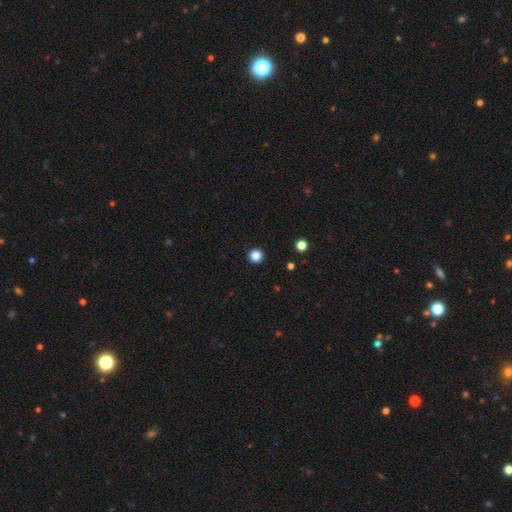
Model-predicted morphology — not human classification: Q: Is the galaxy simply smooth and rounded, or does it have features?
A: smooth — 86%.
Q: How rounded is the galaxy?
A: round — 96%.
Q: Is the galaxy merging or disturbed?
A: none — 94%.